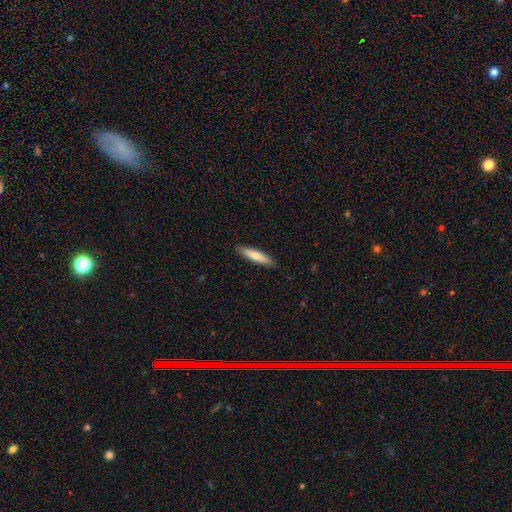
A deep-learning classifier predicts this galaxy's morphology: Overall: smooth (75%). How rounded: cigar-shaped (84%). Merging: none (90%).